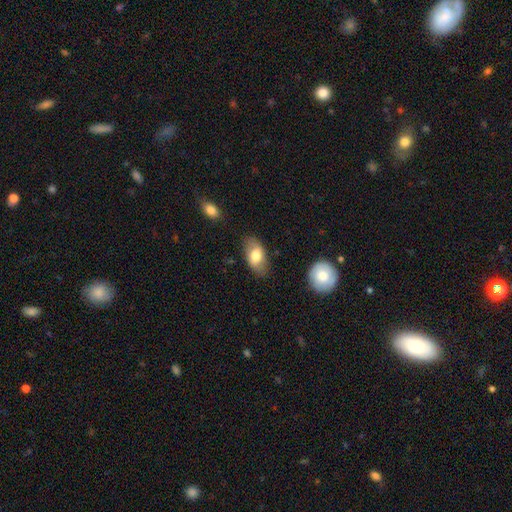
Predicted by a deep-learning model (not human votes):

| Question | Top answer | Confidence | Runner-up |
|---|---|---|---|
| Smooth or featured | smooth | 73% | featured or disk (21%) |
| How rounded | in between | 92% | round (6%) |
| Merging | none | 78% | minor disturbance (16%) |